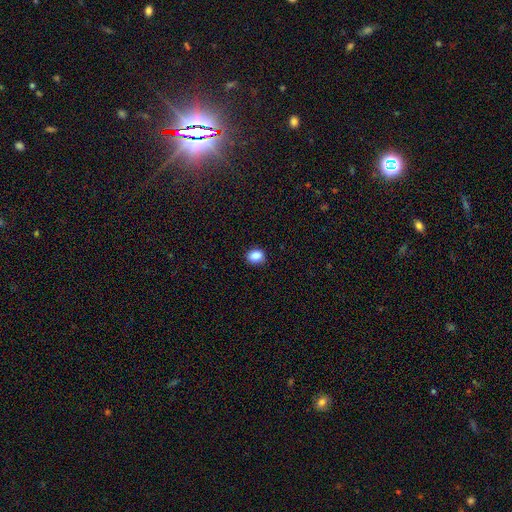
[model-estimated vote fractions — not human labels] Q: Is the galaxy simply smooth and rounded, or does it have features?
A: smooth — 87%.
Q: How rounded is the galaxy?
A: round — 53%.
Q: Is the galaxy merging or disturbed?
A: none — 88%.